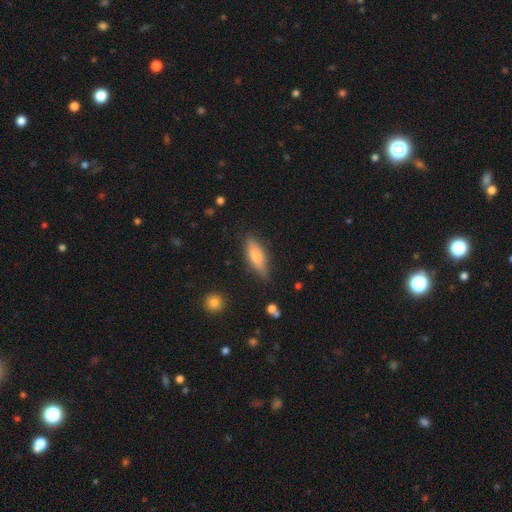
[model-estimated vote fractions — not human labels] Overall: smooth (60%; featured or disk 33%). How rounded: in between (50%; cigar-shaped 47%). Merging: none (79%).